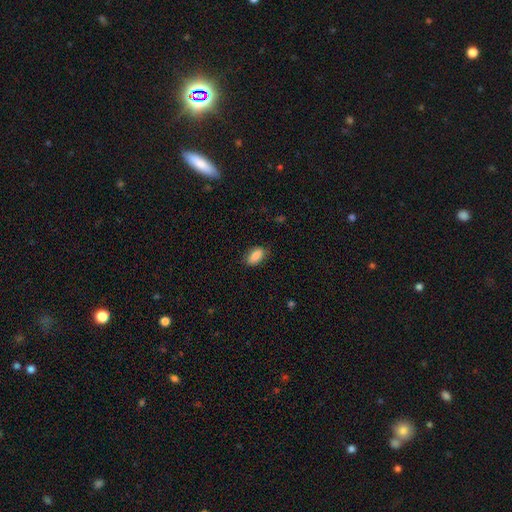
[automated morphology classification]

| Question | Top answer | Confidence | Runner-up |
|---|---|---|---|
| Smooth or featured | smooth | 86% | star or artifact (7%) |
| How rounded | in between | 90% | cigar-shaped (6%) |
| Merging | none | 80% | minor disturbance (15%) |